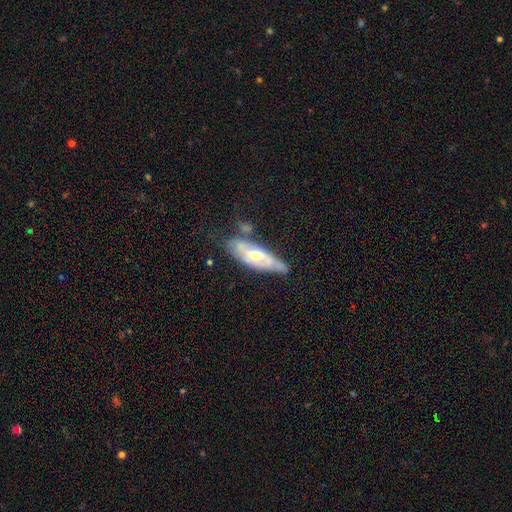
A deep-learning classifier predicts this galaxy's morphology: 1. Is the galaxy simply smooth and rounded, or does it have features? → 71% featured or disk, 23% smooth, 6% star or artifact.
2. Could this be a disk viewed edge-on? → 76% no, 24% yes.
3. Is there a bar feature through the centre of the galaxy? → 48% no, 37% weak, 15% strong.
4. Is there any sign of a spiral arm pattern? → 65% yes, 35% no.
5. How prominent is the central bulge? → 71% moderate, 17% small, 10% large, 1% none, 1% dominant.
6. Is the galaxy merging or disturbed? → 54% none, 27% minor disturbance, 10% major disturbance, 9% merger.